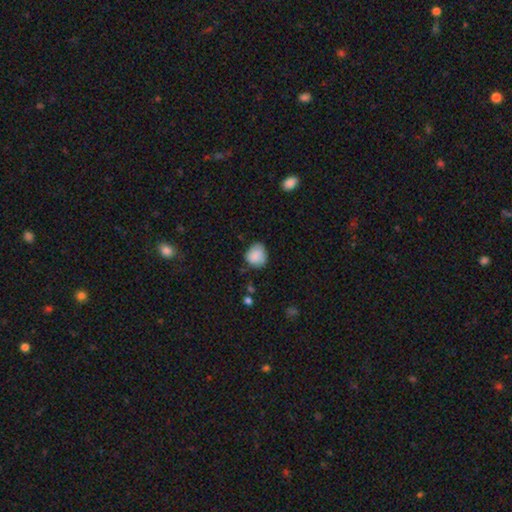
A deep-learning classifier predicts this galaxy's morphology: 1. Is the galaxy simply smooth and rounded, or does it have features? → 85% smooth, 8% star or artifact, 7% featured or disk.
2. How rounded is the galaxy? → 74% round, 25% in between, 1% cigar-shaped.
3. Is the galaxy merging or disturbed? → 66% none, 27% minor disturbance, 5% major disturbance, 2% merger.